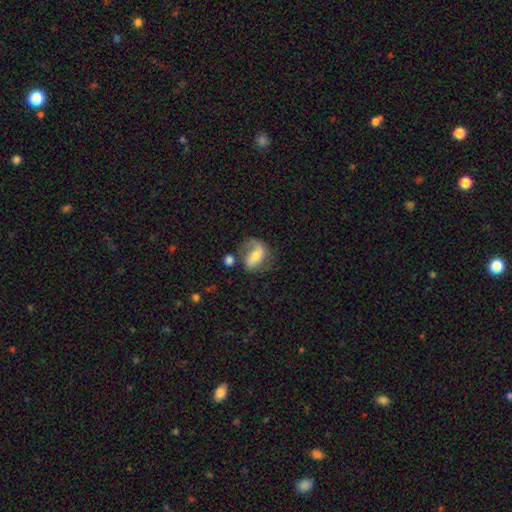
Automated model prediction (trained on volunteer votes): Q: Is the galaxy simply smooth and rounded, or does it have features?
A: featured or disk — 66%.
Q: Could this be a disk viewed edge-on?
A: no — 96%.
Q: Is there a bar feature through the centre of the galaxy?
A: weak — 38%.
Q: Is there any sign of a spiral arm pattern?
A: yes — 86%.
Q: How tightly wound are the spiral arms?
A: loose — 42%.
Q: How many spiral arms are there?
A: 2 — 58%.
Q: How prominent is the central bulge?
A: moderate — 57%.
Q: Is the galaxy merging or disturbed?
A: none — 53%.